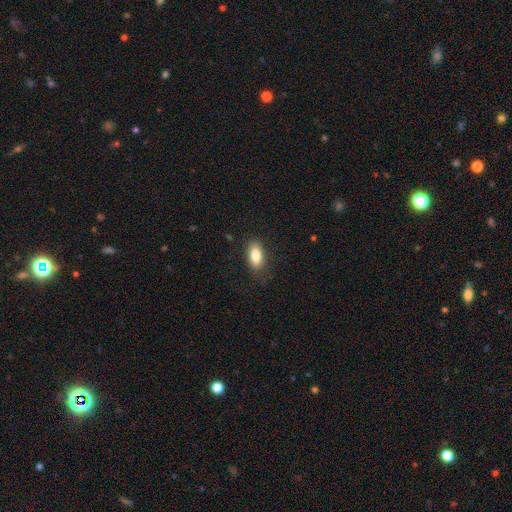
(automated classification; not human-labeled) Smooth or featured?
  - smooth: 84% *
  - featured or disk: 9%
  - star or artifact: 7%
How rounded?
  - in between: 87% *
  - cigar-shaped: 9%
  - round: 4%
Merging?
  - none: 83% *
  - minor disturbance: 12%
  - major disturbance: 3%
  - merger: 1%